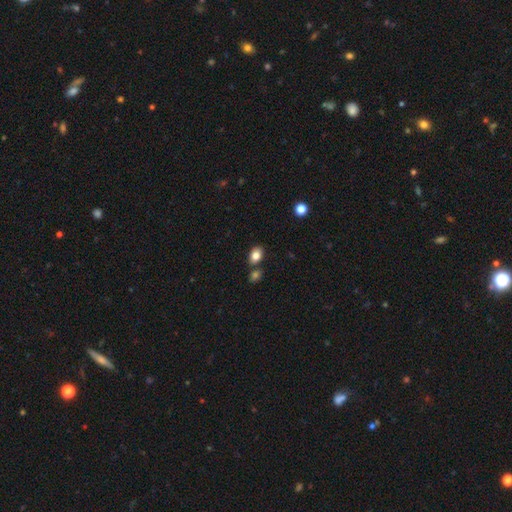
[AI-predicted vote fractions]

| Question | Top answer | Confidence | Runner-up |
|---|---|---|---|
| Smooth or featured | smooth | 83% | star or artifact (9%) |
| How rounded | in between | 79% | round (20%) |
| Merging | none | 74% | merger (13%) |